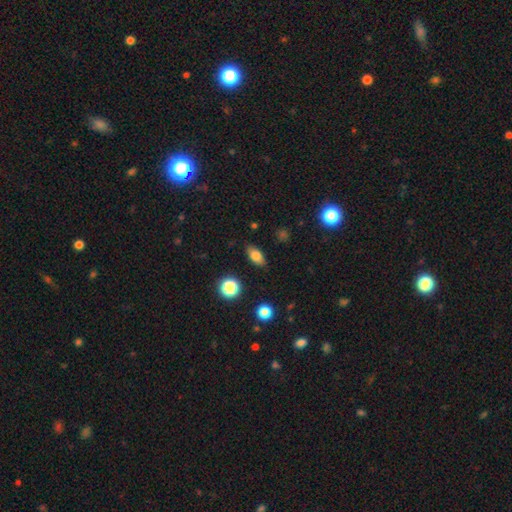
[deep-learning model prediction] A smooth galaxy with no disk features (79%) that is in between round and cigar-shaped (85%).

Vote fractions:
- Smooth or featured? smooth: 79% / star or artifact: 11% / featured or disk: 10%
- How rounded? in between: 85% / round: 9% / cigar-shaped: 7%
- Merging? none: 86% / minor disturbance: 10% / major disturbance: 2% / merger: 1%